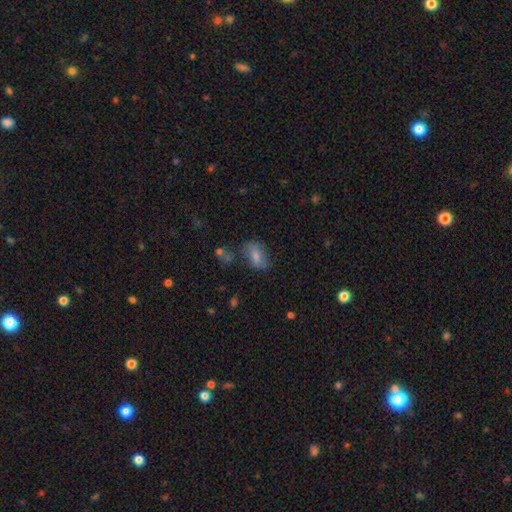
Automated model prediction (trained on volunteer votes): The model was most divided on "merging": none: 60%, minor disturbance: 23%, major disturbance: 9%, merger: 8%. More confident: how rounded — in between (88%); smooth or featured — smooth (73%).